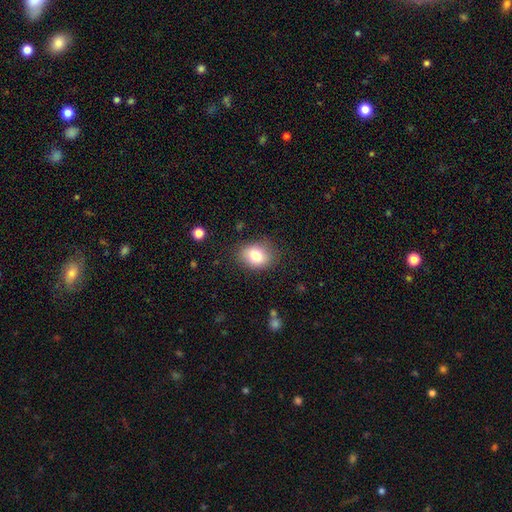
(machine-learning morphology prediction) type=smooth (79%); roundness=in between (59%); merging=none (81%).